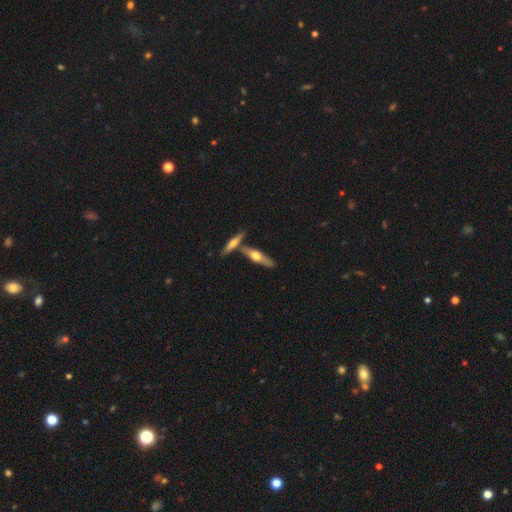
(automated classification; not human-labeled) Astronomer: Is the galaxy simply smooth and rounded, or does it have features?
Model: featured or disk — 57% (runner-up: smooth, 38%).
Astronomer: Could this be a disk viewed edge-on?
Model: yes — 92%.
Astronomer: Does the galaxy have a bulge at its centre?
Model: rounded — 93%.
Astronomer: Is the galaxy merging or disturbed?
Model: none — 67%.